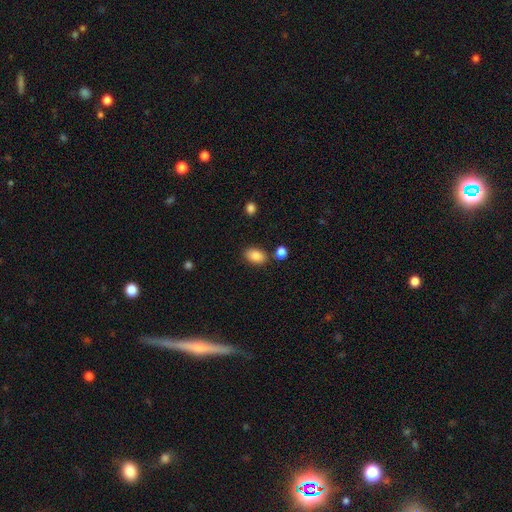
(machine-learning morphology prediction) This is clearly a smooth galaxy (86%). How rounded: clearly in between (88%). Merging: likely none (79%).